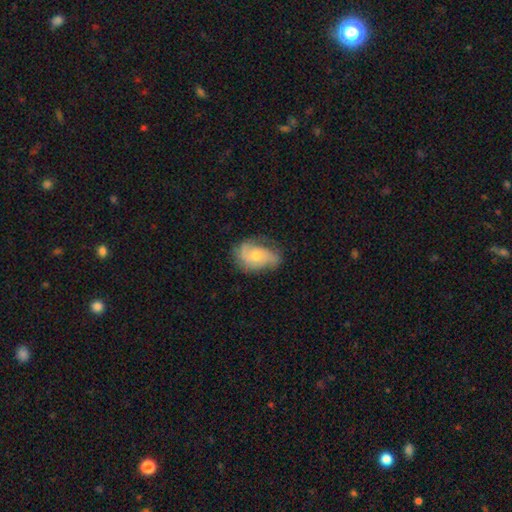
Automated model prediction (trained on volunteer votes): Smooth or featured: featured or disk — 63% (smooth — 30%)
Edge-on disk: no — 97% (yes — 3%)
Bar: no — 77% (weak — 20%)
Spiral arms: yes — 87% (no — 13%)
Spiral winding: medium — 43% (tight — 35%)
Spiral arm count: 2 — 43% (can't tell — 25%)
Bulge size: moderate — 53% (small — 41%)
Merging: none — 57% (minor disturbance — 29%)